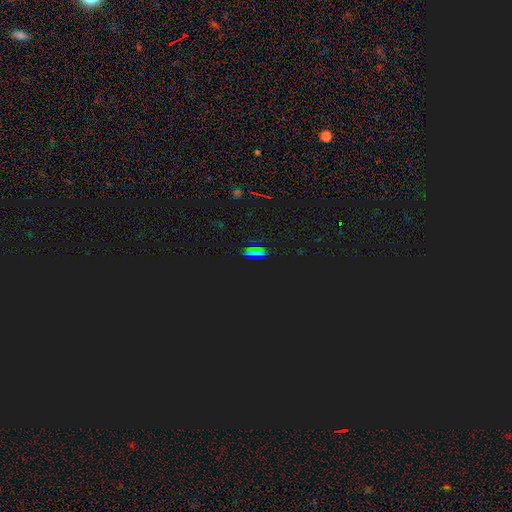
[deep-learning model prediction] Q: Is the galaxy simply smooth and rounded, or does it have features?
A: star or artifact — 61%.